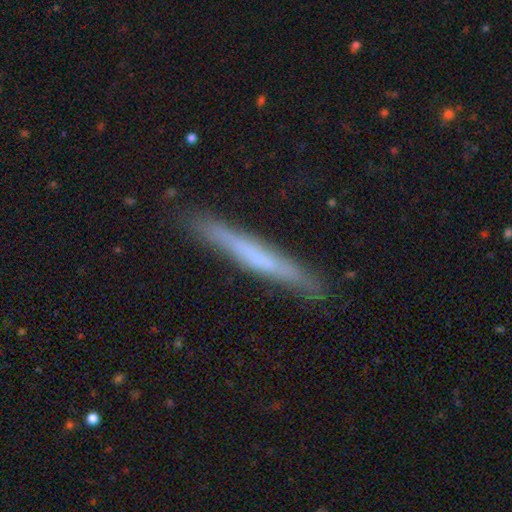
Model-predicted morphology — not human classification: Overall: featured or disk (50%; smooth 43%). Edge-on disk: yes (94%). Merging: none (87%).